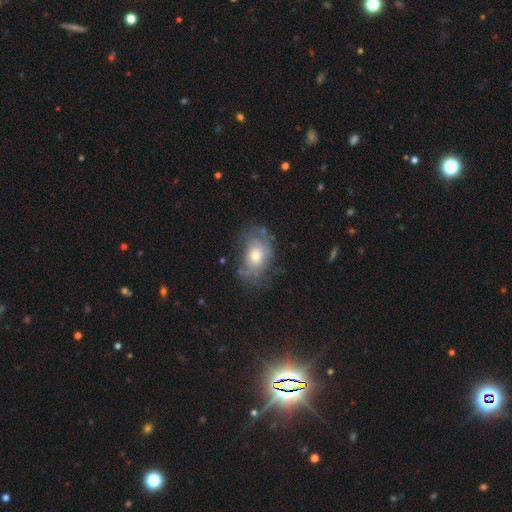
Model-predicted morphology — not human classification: Smooth or featured?
  - smooth: 52% *
  - featured or disk: 39%
  - star or artifact: 9%
How rounded?
  - in between: 81% *
  - round: 18%
  - cigar-shaped: 2%
Merging?
  - none: 57% *
  - minor disturbance: 26%
  - major disturbance: 14%
  - merger: 3%